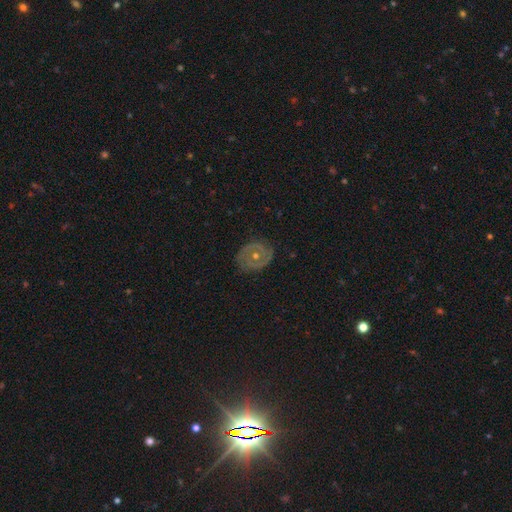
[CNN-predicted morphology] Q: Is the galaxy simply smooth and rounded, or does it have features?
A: featured or disk — 79%.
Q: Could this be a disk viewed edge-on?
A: no — 97%.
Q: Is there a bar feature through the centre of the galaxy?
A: no — 71%.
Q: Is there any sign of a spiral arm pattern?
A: yes — 78%.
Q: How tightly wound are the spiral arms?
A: tight — 62%.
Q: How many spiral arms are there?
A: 2 — 64%.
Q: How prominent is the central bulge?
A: moderate — 61%.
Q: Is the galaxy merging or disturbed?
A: none — 79%.